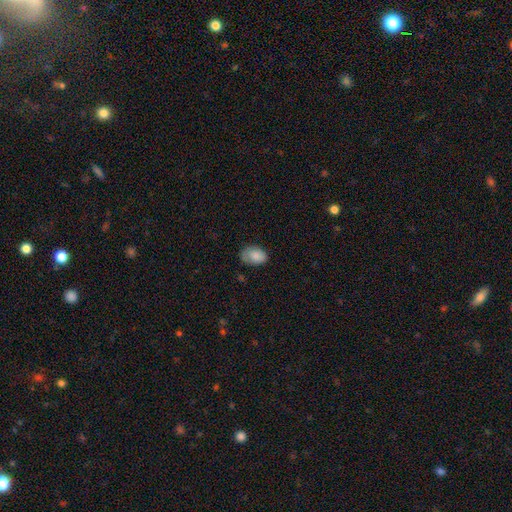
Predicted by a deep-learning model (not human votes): Smooth or featured: smooth — 84% (featured or disk — 8%)
How rounded: in between — 85% (round — 14%)
Merging: none — 62% (minor disturbance — 29%)